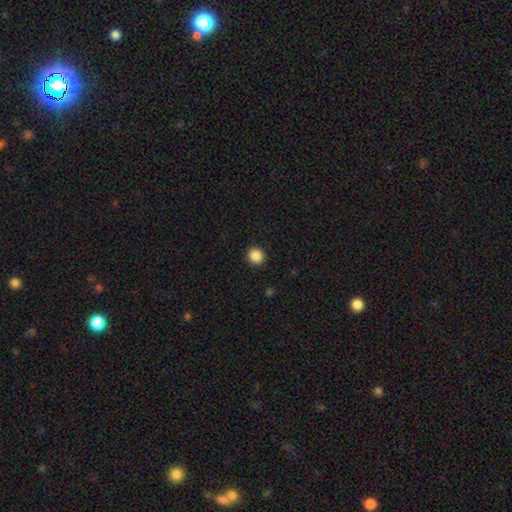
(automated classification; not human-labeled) A smooth galaxy with no disk features (87%) that is round (93%).

Vote fractions:
- Smooth or featured? smooth: 87% / star or artifact: 10% / featured or disk: 3%
- How rounded? round: 93% / in between: 6% / cigar-shaped: 1%
- Merging? none: 92% / minor disturbance: 5% / major disturbance: 2% / merger: 1%